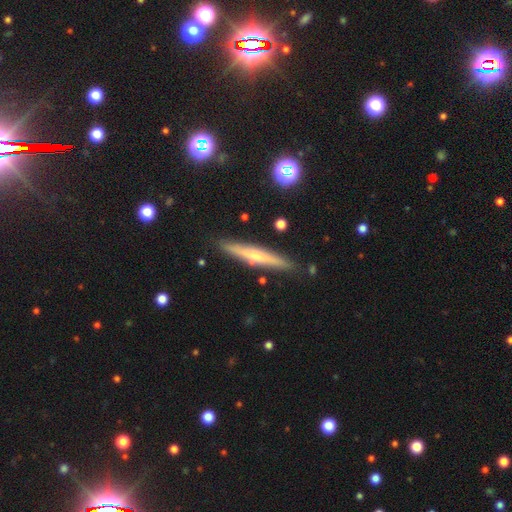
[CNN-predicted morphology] featured or disk 53%, smooth 40%, star or artifact 7%. Down the decision tree: edge-on disk — yes (95%); edge-on bulge — rounded (60%); merging — none (89%).